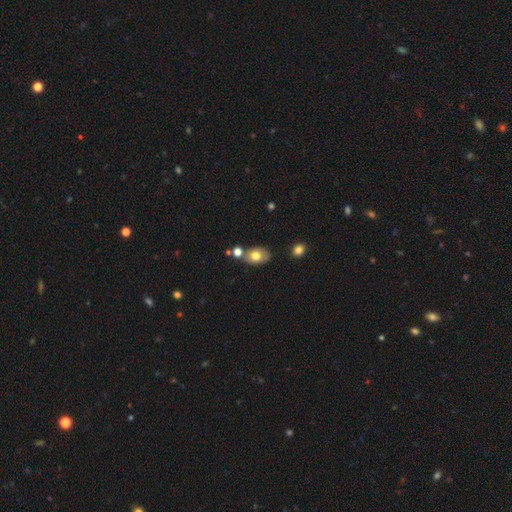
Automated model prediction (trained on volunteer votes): Smooth or featured: smooth — 70% (featured or disk — 22%)
How rounded: in between — 83% (round — 16%)
Merging: none — 62% (merger — 18%)